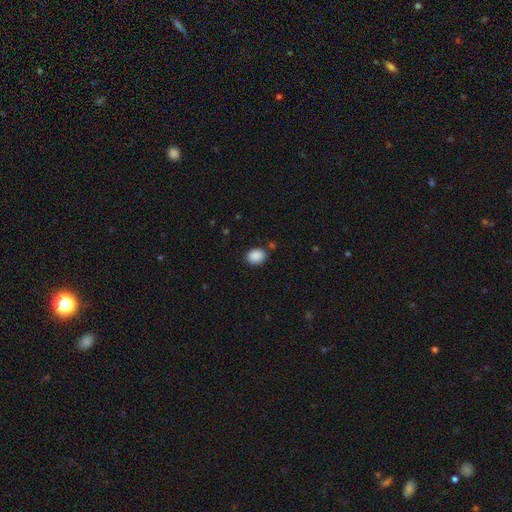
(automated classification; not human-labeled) smooth_or_featured: smooth (p=0.89) [alt: star or artifact p=0.08]
how_rounded: in between (p=0.51) [alt: round p=0.48]
merging: none (p=0.81) [alt: minor disturbance p=0.13]